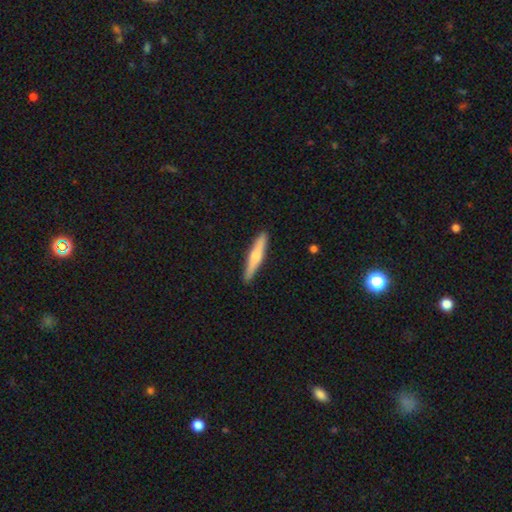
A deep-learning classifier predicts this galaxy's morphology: The model was most divided on "smooth or featured": smooth: 52%, featured or disk: 43%, star or artifact: 5%. More confident: how rounded — cigar-shaped (91%); merging — none (90%).